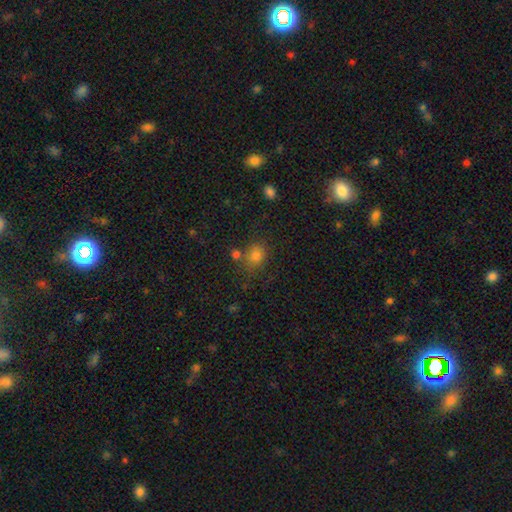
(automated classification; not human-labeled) Overall: smooth (76%). How rounded: round (58%; in between 41%). Merging: none (65%).